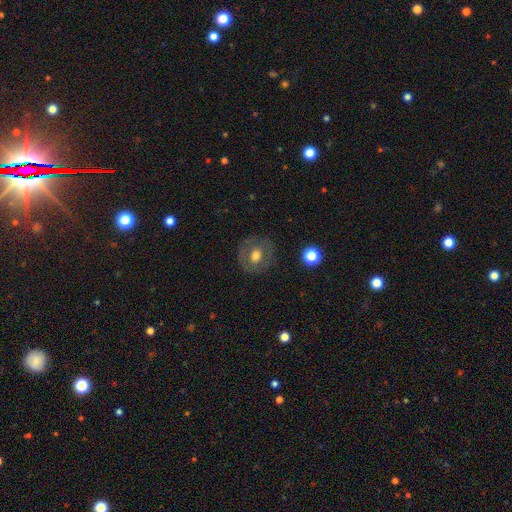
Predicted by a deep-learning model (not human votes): A smooth galaxy with no disk features (57%) that is round (82%). Merging: none (83%).